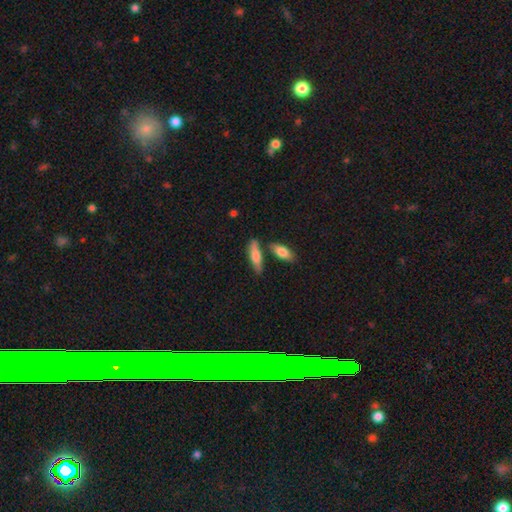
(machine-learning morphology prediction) Overall: smooth (65%; featured or disk 29%). How rounded: cigar-shaped (58%; in between 39%). Merging: none (68%).